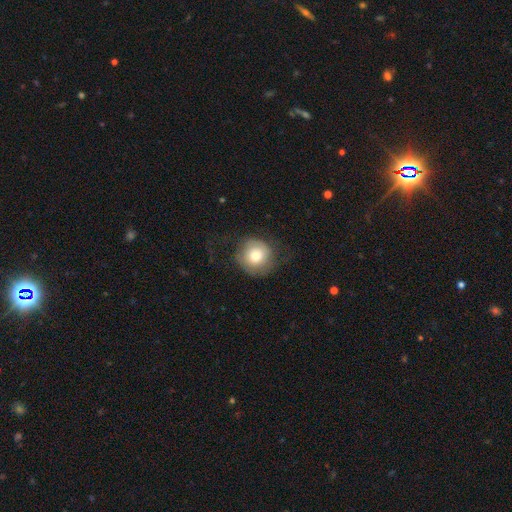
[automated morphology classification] smooth_or_featured: smooth (p=0.67) [alt: featured or disk p=0.25]
how_rounded: round (p=0.91) [alt: in between p=0.08]
merging: none (p=0.65) [alt: minor disturbance p=0.19]